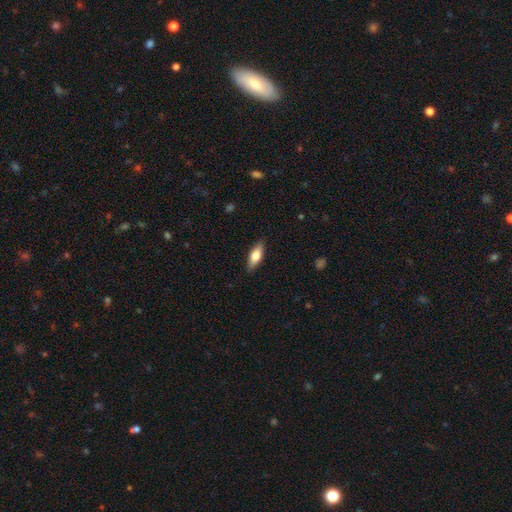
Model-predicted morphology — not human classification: A smooth galaxy with no disk features (68%) that is in between round and cigar-shaped (66%). Merging: none (87%).